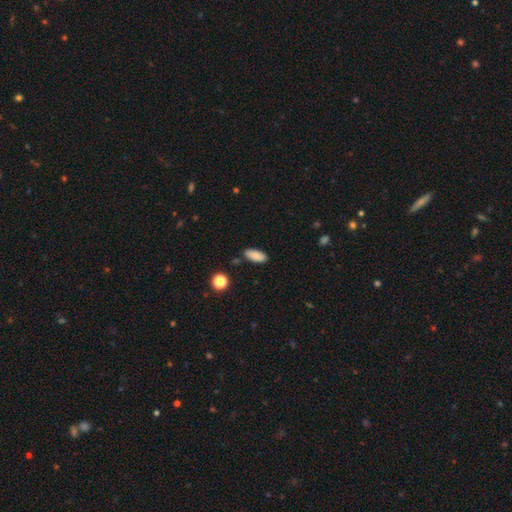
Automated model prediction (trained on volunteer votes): This appears to be a smooth galaxy with no disk features (87%) that is in between round and cigar-shaped (85%). Merging: none (84%).